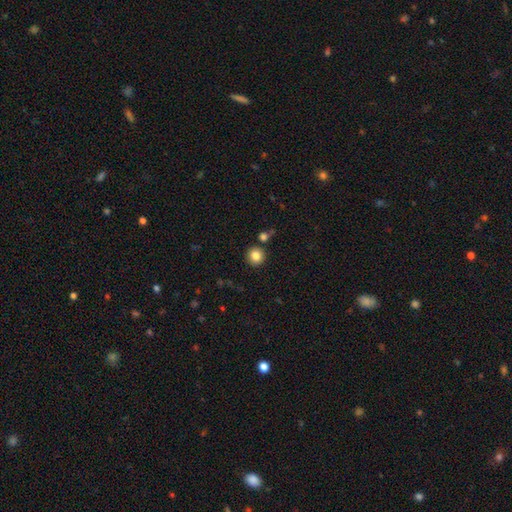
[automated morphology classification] smooth_or_featured: smooth (p=0.84) [alt: star or artifact p=0.11]
how_rounded: round (p=0.93) [alt: in between p=0.06]
merging: none (p=0.85) [alt: minor disturbance p=0.07]